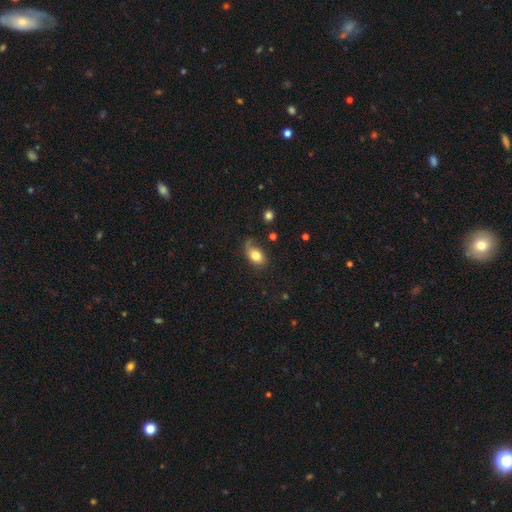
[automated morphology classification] smooth 78%, featured or disk 13%, star or artifact 8%. Down the decision tree: how rounded — in between (85%); merging — none (59%).